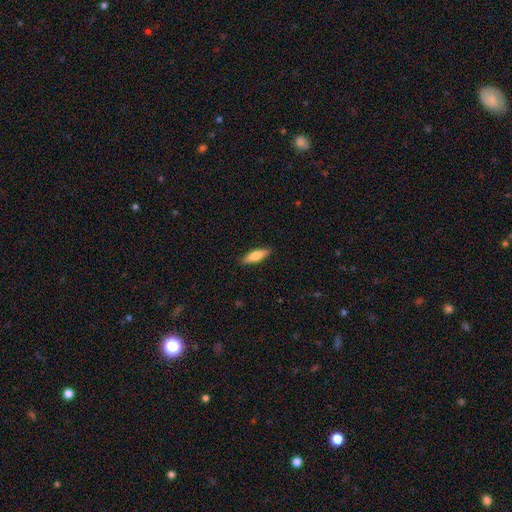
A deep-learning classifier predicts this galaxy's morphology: The model was most divided on "how rounded": cigar-shaped: 55%, in between: 43%, round: 2%. More confident: merging — none (89%); smooth or featured — smooth (71%).